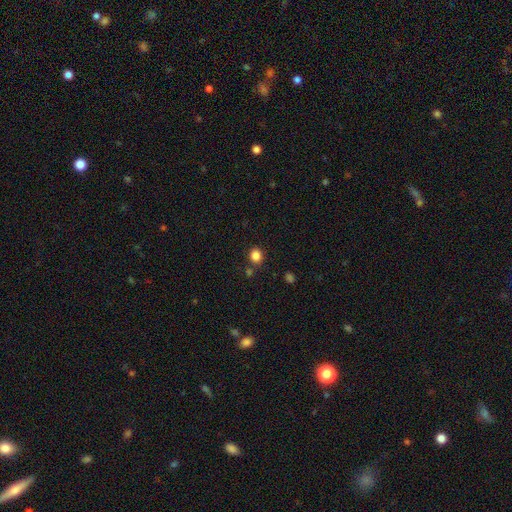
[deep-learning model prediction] Smooth or featured: smooth — 84% (star or artifact — 12%)
How rounded: round — 76% (in between — 23%)
Merging: none — 82% (minor disturbance — 9%)